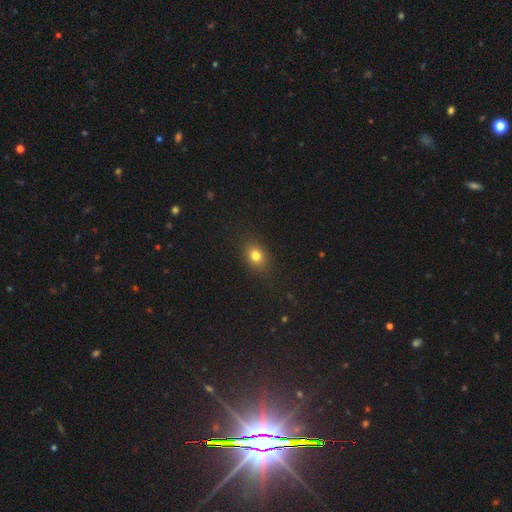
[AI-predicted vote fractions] Overall: smooth (80%). How rounded: in between (56%; round 43%). Merging: none (85%).